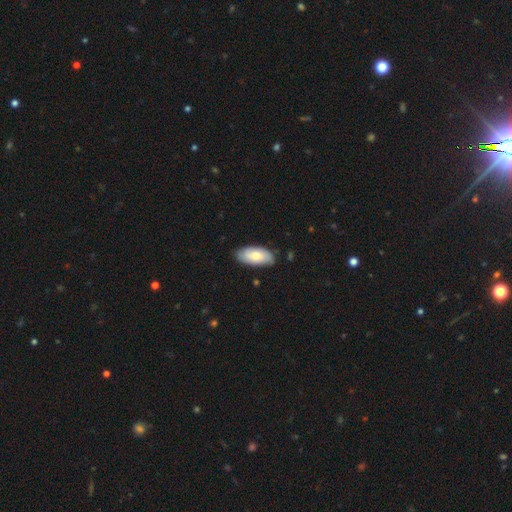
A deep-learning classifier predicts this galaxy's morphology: type=smooth (72%); roundness=in between (92%); merging=none (83%).